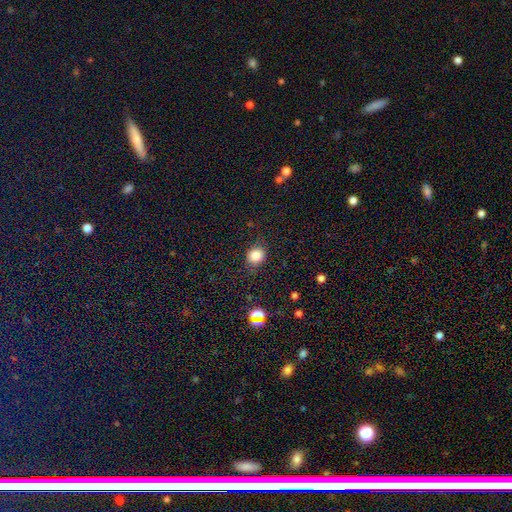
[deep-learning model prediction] A smooth galaxy with no disk features (81%) that is round (75%). Merging: none (80%).